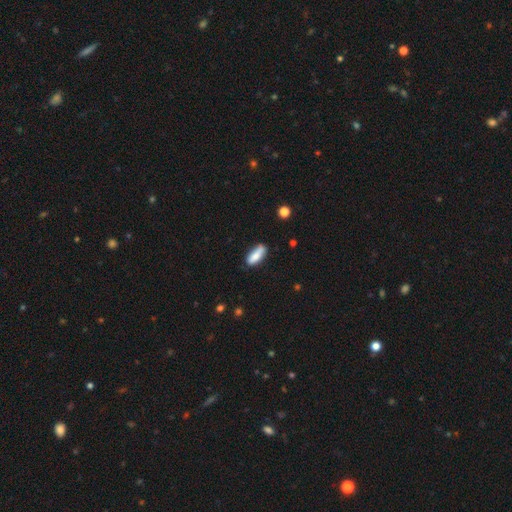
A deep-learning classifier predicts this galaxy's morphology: Q: Smooth or featured?
A: smooth (83%); runner-up: featured or disk (11%)
Q: How rounded?
A: in between (65%); runner-up: cigar-shaped (33%)
Q: Merging?
A: none (73%); runner-up: minor disturbance (21%)